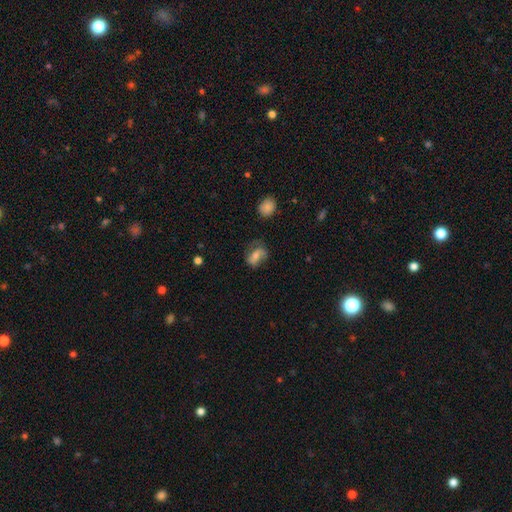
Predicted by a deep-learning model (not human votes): Q: Smooth or featured?
A: smooth (47%); runner-up: featured or disk (44%)
Q: Merging?
A: none (53%); runner-up: minor disturbance (26%)